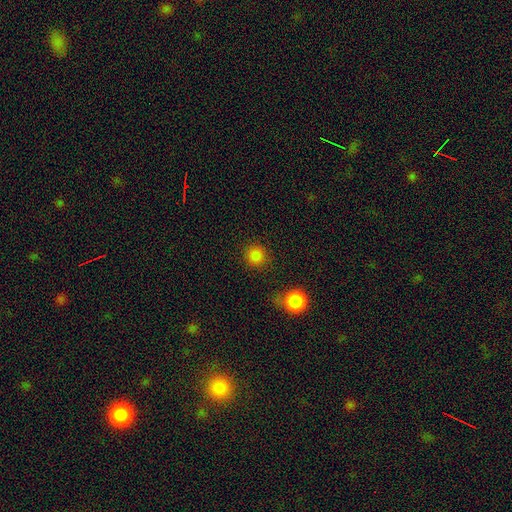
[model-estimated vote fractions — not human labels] Smooth or featured: smooth — 84% (star or artifact — 12%)
How rounded: round — 92% (in between — 7%)
Merging: none — 84% (minor disturbance — 7%)